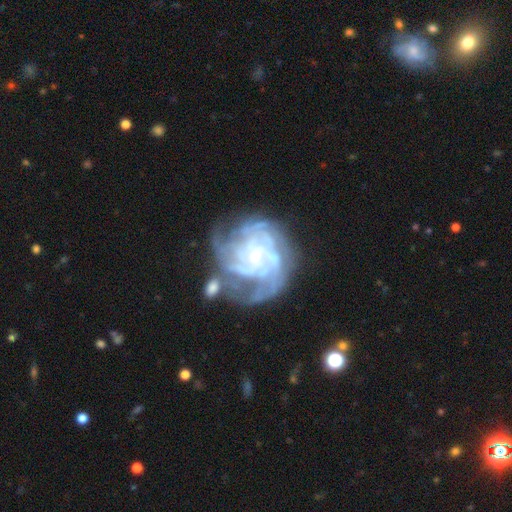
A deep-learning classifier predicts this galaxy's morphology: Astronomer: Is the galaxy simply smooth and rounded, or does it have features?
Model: featured or disk — 86%.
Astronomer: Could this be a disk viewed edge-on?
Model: no — 98%.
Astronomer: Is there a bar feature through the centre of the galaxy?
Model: no — 68%.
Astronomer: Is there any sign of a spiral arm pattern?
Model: yes — 94%.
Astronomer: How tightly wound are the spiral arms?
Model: tight — 59%.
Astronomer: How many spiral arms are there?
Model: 4 — 29% (runner-up: can't tell, 26%).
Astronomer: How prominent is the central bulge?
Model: small — 81%.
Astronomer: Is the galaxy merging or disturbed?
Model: none — 50%.